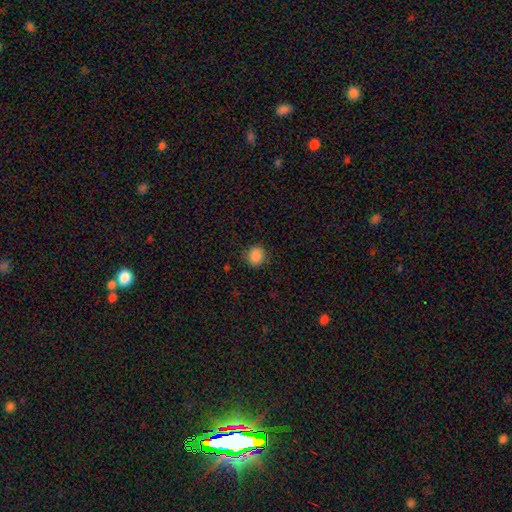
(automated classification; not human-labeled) A smooth galaxy with no disk features (88%) that is round (86%).

Vote fractions:
- Smooth or featured? smooth: 88% / star or artifact: 9% / featured or disk: 3%
- How rounded? round: 86% / in between: 13% / cigar-shaped: 1%
- Merging? none: 87% / minor disturbance: 9% / major disturbance: 3% / merger: 1%